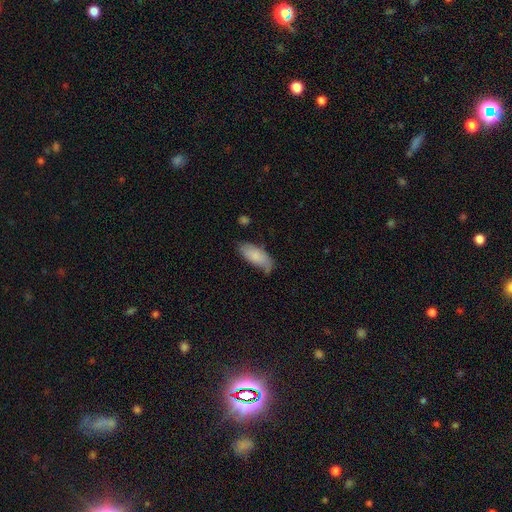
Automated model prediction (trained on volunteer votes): Overall: smooth (82%). How rounded: in between (85%). Merging: none (59%; minor disturbance 31%).